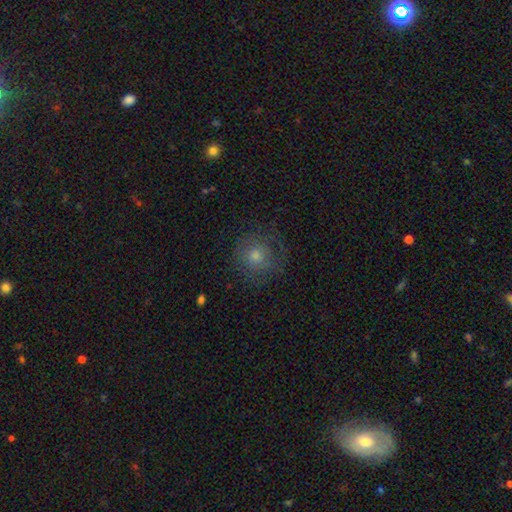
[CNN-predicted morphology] This appears to be a smooth galaxy with no disk features (59%) that is round (91%). Merging: none (74%).